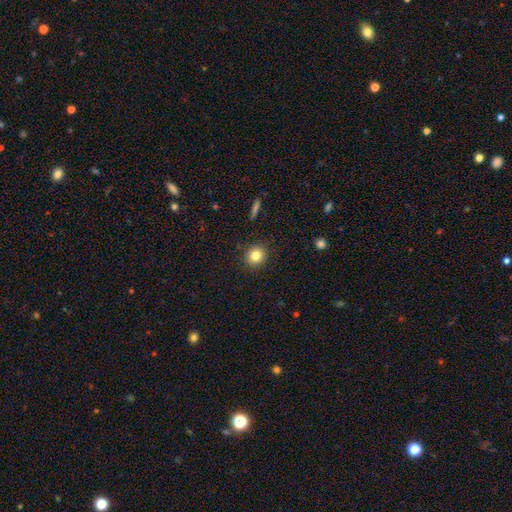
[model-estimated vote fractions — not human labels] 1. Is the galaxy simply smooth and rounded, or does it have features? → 82% smooth, 11% star or artifact, 7% featured or disk.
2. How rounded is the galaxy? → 85% round, 14% in between, 1% cigar-shaped.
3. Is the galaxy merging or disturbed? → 90% none, 7% minor disturbance, 2% major disturbance, 1% merger.